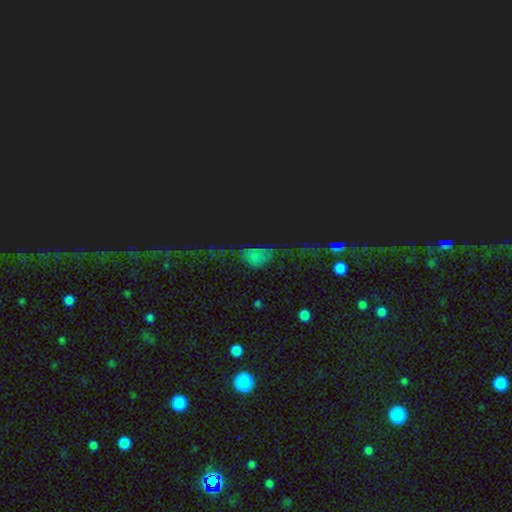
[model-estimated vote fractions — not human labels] smooth_or_featured: star or artifact (p=0.54) [alt: smooth p=0.36]